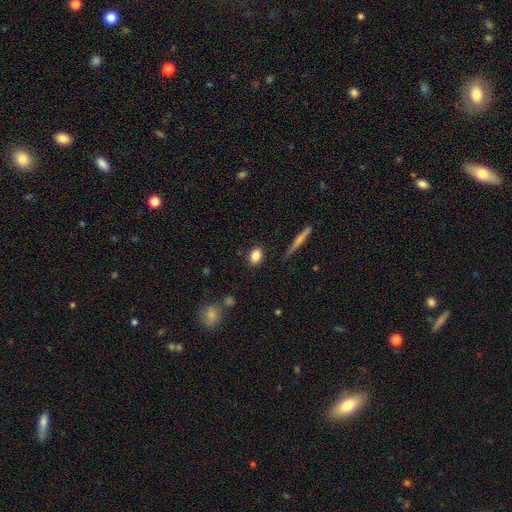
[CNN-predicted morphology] smooth-or-featured: smooth: 84% | star or artifact: 9% | featured or disk: 7%
  how-rounded: in between: 70% | round: 26% | cigar-shaped: 4%
  merging: none: 86% | minor disturbance: 10% | major disturbance: 3% | merger: 2%